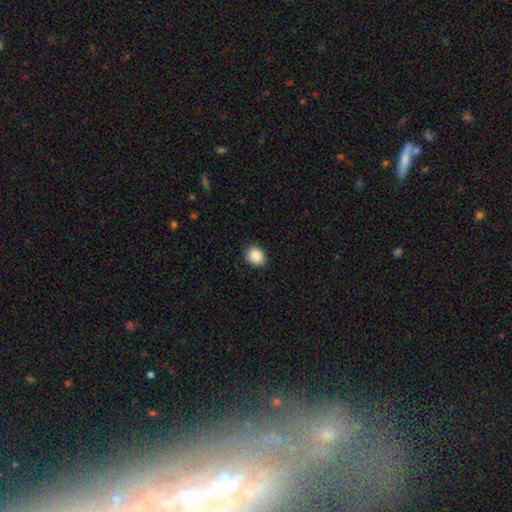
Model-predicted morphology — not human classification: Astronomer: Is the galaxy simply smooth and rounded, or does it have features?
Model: smooth — 89%.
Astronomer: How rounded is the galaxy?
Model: in between — 50% (runner-up: round, 49%).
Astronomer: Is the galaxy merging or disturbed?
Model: none — 86%.